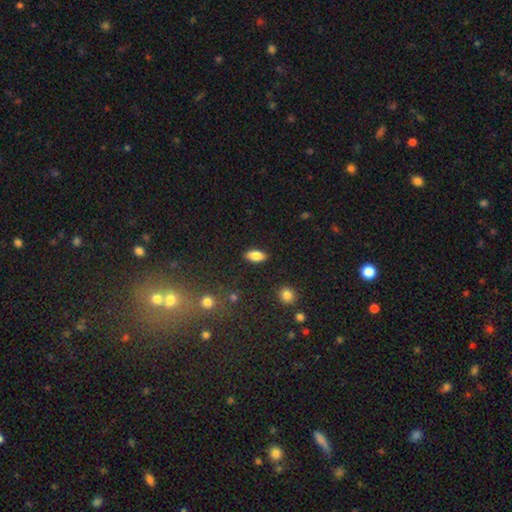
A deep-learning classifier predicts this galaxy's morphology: smooth_or_featured: smooth (p=0.84) [alt: star or artifact p=0.08]
how_rounded: in between (p=0.90) [alt: cigar-shaped p=0.07]
merging: none (p=0.88) [alt: minor disturbance p=0.08]